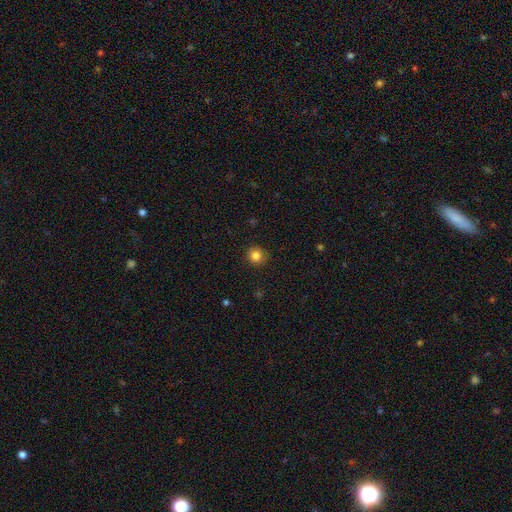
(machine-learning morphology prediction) smooth 83%, star or artifact 12%, featured or disk 5%. Down the decision tree: how rounded — round (93%); merging — none (90%).